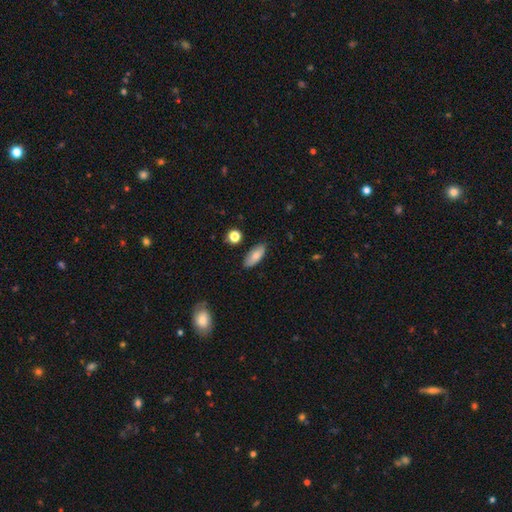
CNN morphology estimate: A smooth galaxy with no disk features (82%) that is in between round and cigar-shaped (78%). Merging: none (84%).